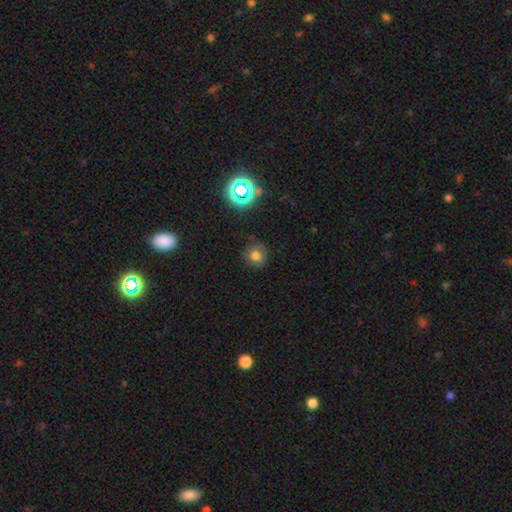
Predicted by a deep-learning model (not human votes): Smooth or featured?
  - smooth: 69% *
  - star or artifact: 20%
  - featured or disk: 11%
How rounded?
  - round: 89% *
  - in between: 10%
  - cigar-shaped: 1%
Merging?
  - none: 83% *
  - minor disturbance: 12%
  - major disturbance: 4%
  - merger: 1%